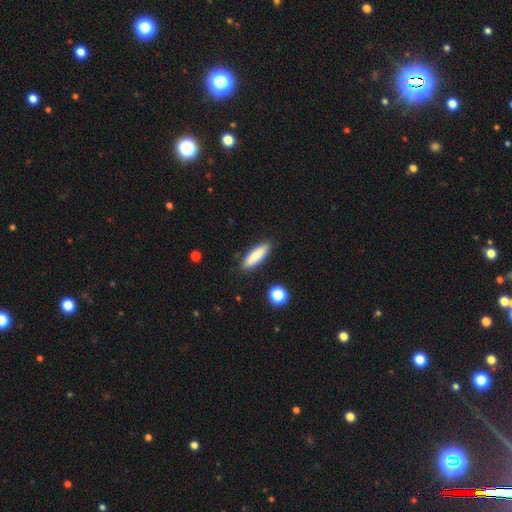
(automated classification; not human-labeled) A smooth galaxy with no disk features (82%) that is cigar-shaped (61%). Merging: none (88%).